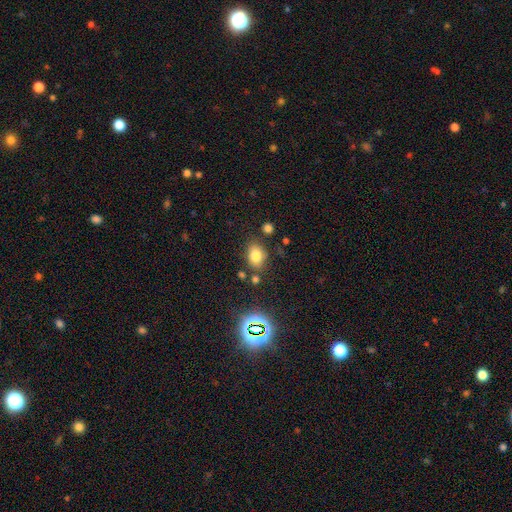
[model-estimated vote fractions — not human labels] Smooth or featured?
  - smooth: 77% *
  - star or artifact: 14%
  - featured or disk: 9%
How rounded?
  - in between: 66% *
  - round: 33%
  - cigar-shaped: 1%
Merging?
  - none: 76% *
  - minor disturbance: 14%
  - merger: 7%
  - major disturbance: 4%